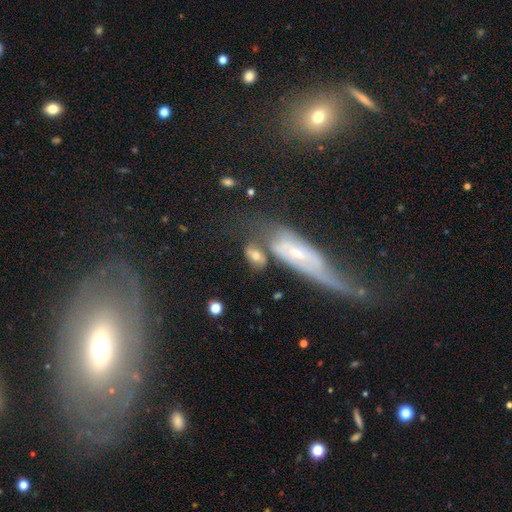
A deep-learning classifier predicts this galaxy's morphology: A smooth galaxy with no disk features (56%) that is in between round and cigar-shaped (76%).

Vote fractions:
- Smooth or featured? smooth: 56% / featured or disk: 35% / star or artifact: 9%
- How rounded? in between: 76% / round: 16% / cigar-shaped: 8%
- Merging? none: 45% / merger: 22% / minor disturbance: 20% / major disturbance: 12%